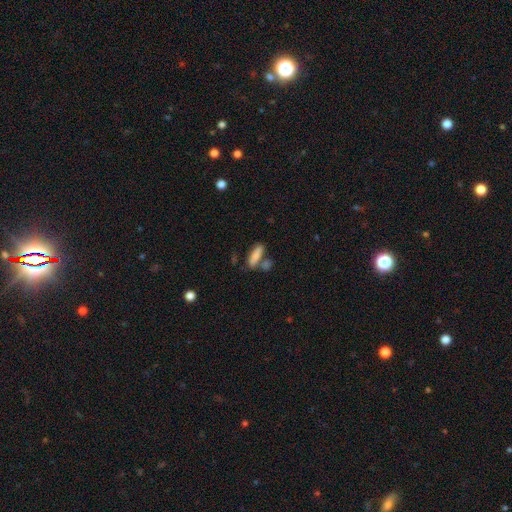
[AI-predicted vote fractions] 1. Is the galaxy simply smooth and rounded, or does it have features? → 79% smooth, 14% featured or disk, 8% star or artifact.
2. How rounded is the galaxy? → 54% cigar-shaped, 43% in between, 3% round.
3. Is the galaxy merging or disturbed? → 58% none, 24% merger, 13% minor disturbance, 4% major disturbance.